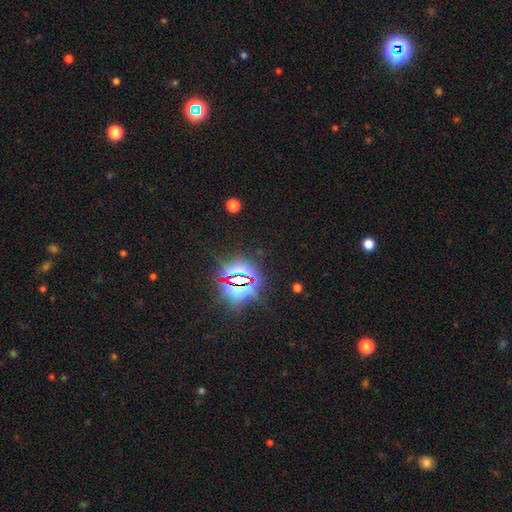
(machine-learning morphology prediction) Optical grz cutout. It shows a star or artifact, not a galaxy (82%).